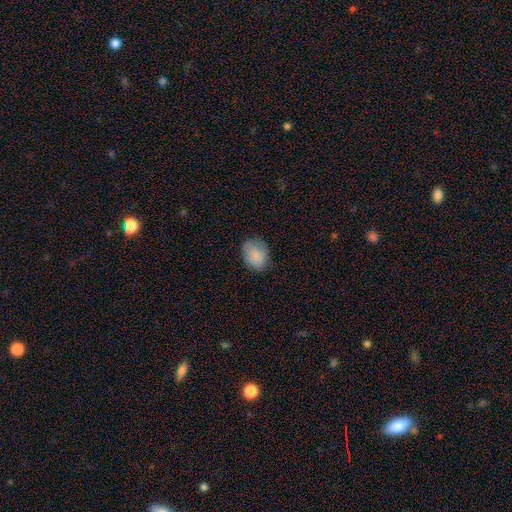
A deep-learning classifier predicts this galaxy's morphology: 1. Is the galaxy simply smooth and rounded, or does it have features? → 83% smooth, 9% featured or disk, 7% star or artifact.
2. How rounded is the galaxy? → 64% in between, 35% round, 1% cigar-shaped.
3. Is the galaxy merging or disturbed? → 71% none, 22% minor disturbance, 6% major disturbance, 1% merger.